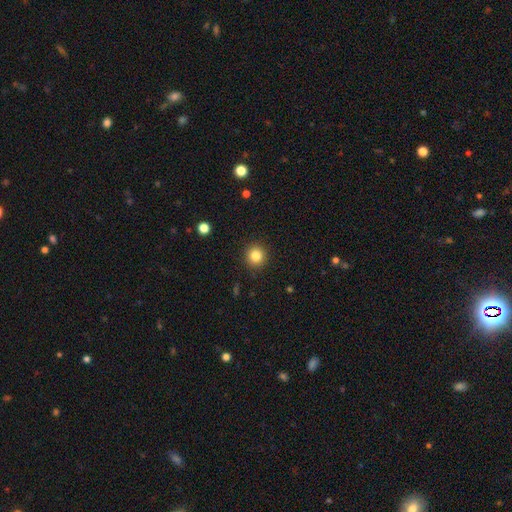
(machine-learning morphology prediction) Smooth or featured? Predicted: smooth (p=0.83). How rounded? Predicted: round (p=0.93). Merging? Predicted: none (p=0.91).